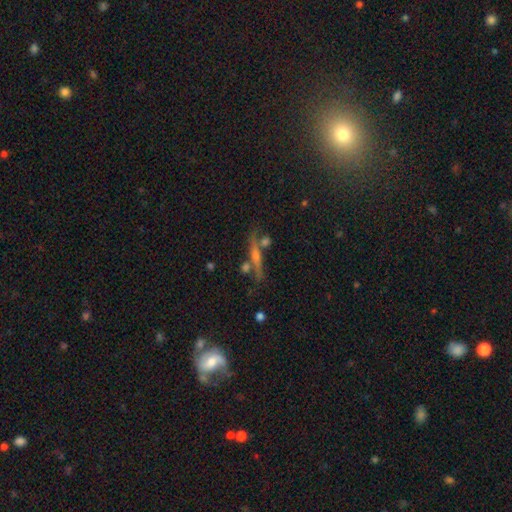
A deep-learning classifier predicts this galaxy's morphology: smooth-or-featured: featured or disk: 60% | smooth: 24% | star or artifact: 16%
  disk-edge-on: yes: 85% | no: 15%
    edge-on-bulge: rounded: 59% | none: 27% | boxy: 14%
  merging: none: 67% | minor disturbance: 15% | merger: 12% | major disturbance: 7%